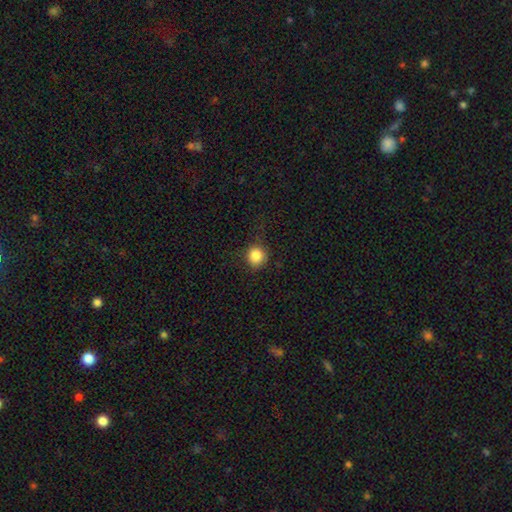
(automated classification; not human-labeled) Overall: smooth (86%). How rounded: round (91%). Merging: none (83%).